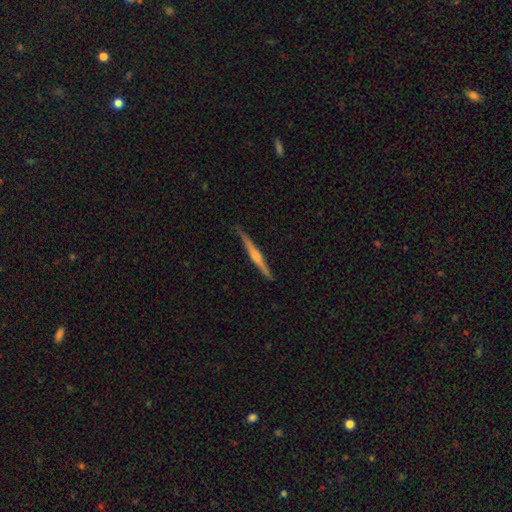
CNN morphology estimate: smooth_or_featured: featured or disk (p=0.69) [alt: smooth p=0.25]
disk_edge_on: yes (p=0.98) [alt: no p=0.02]
edge_on_bulge: rounded (p=0.69) [alt: boxy p=0.16]
merging: none (p=0.86) [alt: minor disturbance p=0.11]